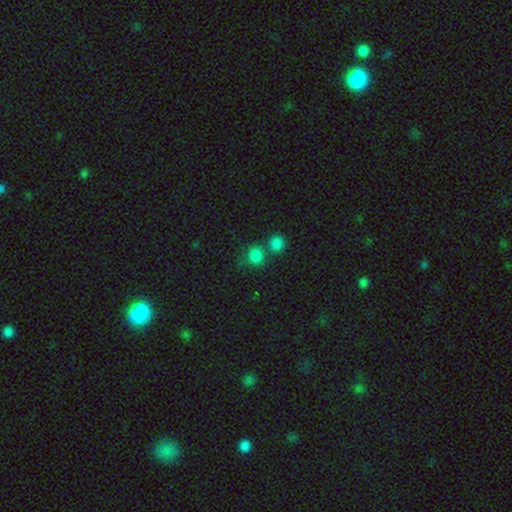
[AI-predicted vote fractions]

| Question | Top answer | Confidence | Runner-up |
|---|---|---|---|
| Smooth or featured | smooth | 81% | star or artifact (14%) |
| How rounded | round | 76% | in between (23%) |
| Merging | none | 52% | merger (33%) |